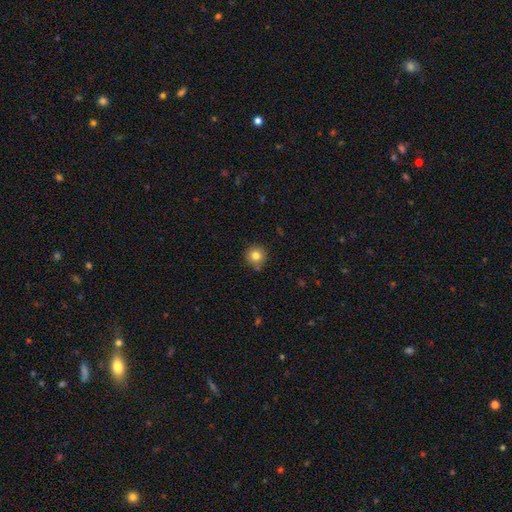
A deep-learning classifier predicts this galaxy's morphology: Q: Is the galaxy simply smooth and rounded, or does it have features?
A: smooth — 80%.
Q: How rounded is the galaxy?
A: round — 94%.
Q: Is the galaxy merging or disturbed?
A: none — 85%.